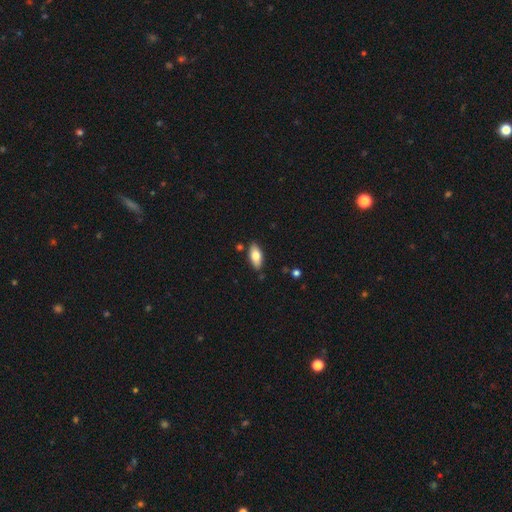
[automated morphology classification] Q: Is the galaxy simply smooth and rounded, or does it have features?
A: smooth — 75%.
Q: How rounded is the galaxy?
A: in between — 86%.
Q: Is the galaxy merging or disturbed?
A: none — 85%.